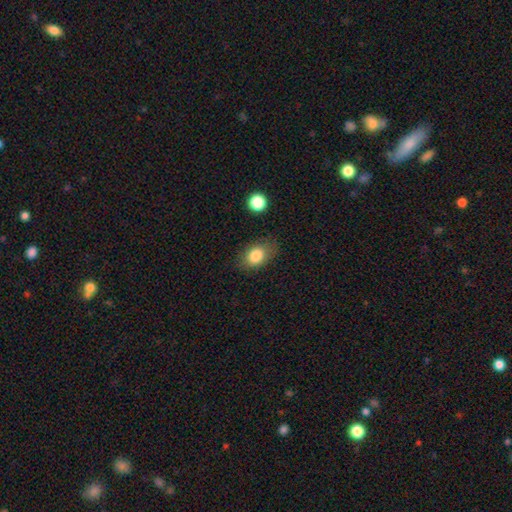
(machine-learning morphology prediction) The model was most divided on "how rounded": in between: 77%, round: 22%, cigar-shaped: 1%. More confident: smooth or featured — smooth (82%); merging — none (75%).